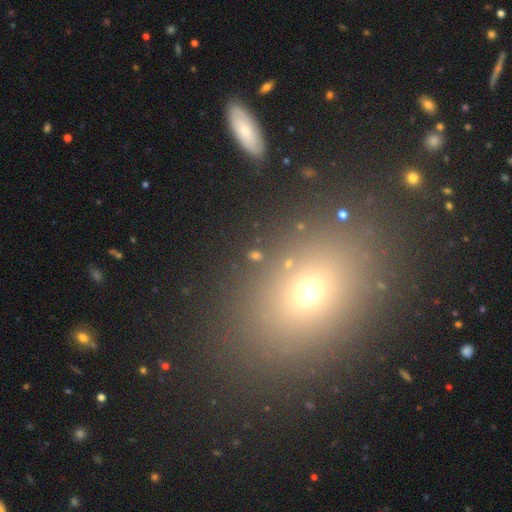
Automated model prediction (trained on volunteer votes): Q: Smooth or featured?
A: smooth (52%); runner-up: star or artifact (37%)
Q: How rounded?
A: round (55%); runner-up: in between (41%)
Q: Merging?
A: none (84%); runner-up: minor disturbance (7%)